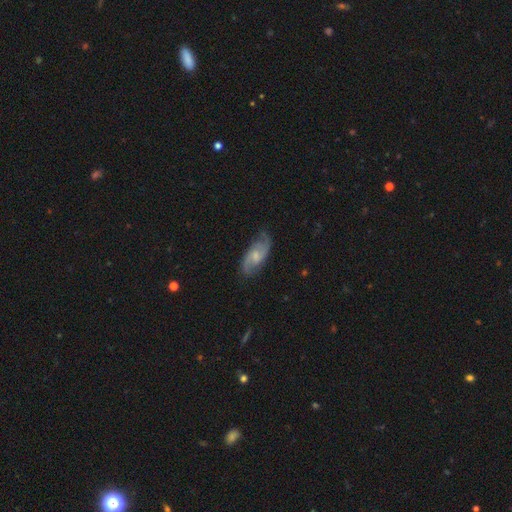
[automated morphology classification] This is likely a featured or disk galaxy (78%). It is clearly not viewed edge-on (95%). Bar: possibly no (47%). Spiral arm pattern: clearly yes (95%). Spiral arm count: clearly 2 (87%). Spiral winding: possibly medium (50%). Central bulge: marginally small (45%). Merging: likely none (78%).